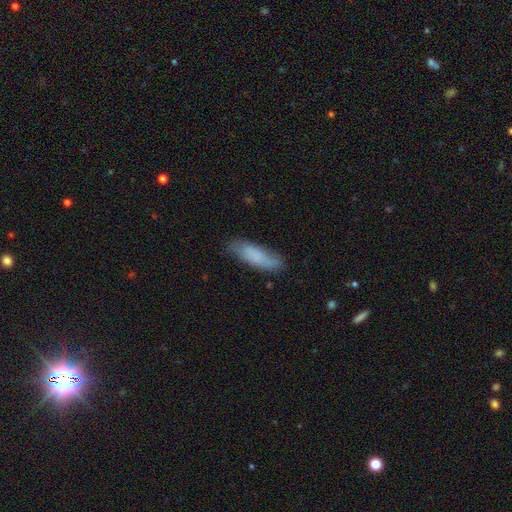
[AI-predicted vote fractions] smooth-or-featured: smooth: 74% | featured or disk: 19% | star or artifact: 7%
  how-rounded: cigar-shaped: 51% | in between: 48% | round: 2%
  merging: none: 75% | minor disturbance: 19% | major disturbance: 4% | merger: 2%